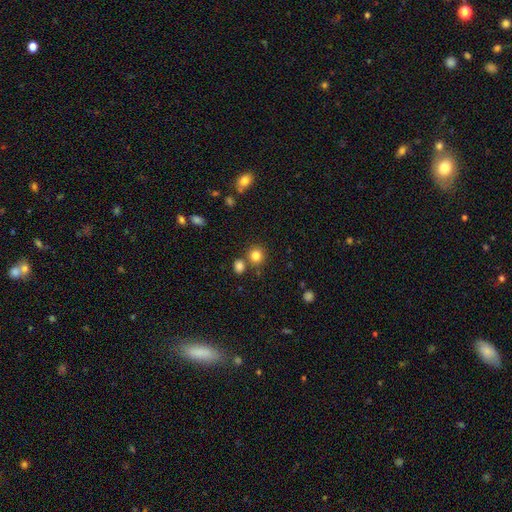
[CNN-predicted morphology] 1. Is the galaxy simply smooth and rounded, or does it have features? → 82% smooth, 12% star or artifact, 5% featured or disk.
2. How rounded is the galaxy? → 88% round, 11% in between, 1% cigar-shaped.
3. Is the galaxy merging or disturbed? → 75% none, 15% merger, 8% minor disturbance, 3% major disturbance.